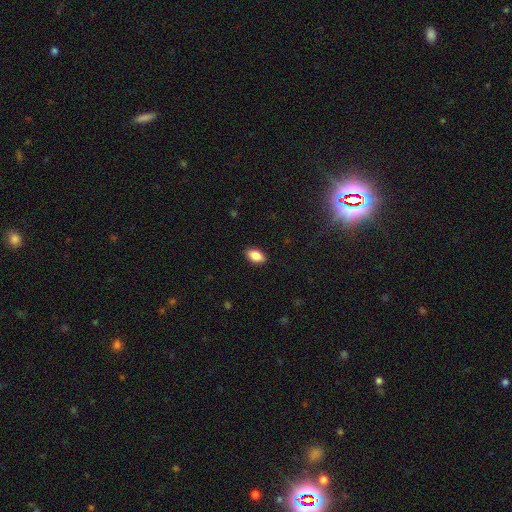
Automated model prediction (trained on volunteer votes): smooth_or_featured: smooth (p=0.86) [alt: star or artifact p=0.08]
how_rounded: in between (p=0.91) [alt: round p=0.05]
merging: none (p=0.89) [alt: minor disturbance p=0.08]